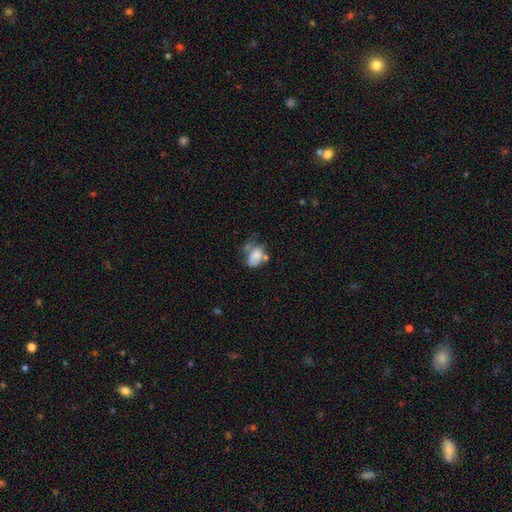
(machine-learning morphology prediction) Smooth or featured?
  - smooth: 71% *
  - featured or disk: 19%
  - star or artifact: 10%
How rounded?
  - in between: 78% *
  - round: 21%
  - cigar-shaped: 2%
Merging?
  - none: 26% * (tied)
  - minor disturbance: 26% * (tied)
  - merger: 24%
  - major disturbance: 24%